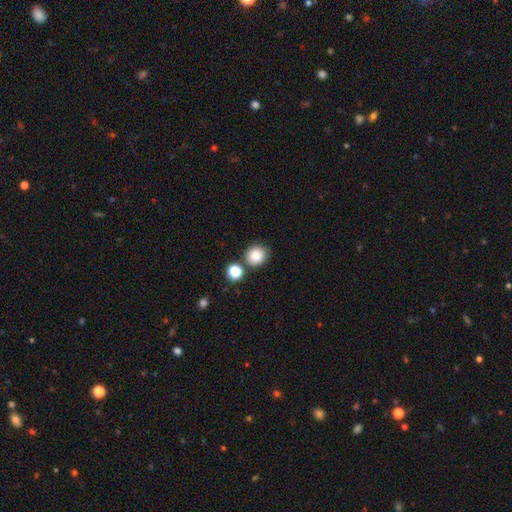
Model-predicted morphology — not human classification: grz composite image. It shows a smooth galaxy with no disk features (85%) that is round (87%). Merging: none (76%).